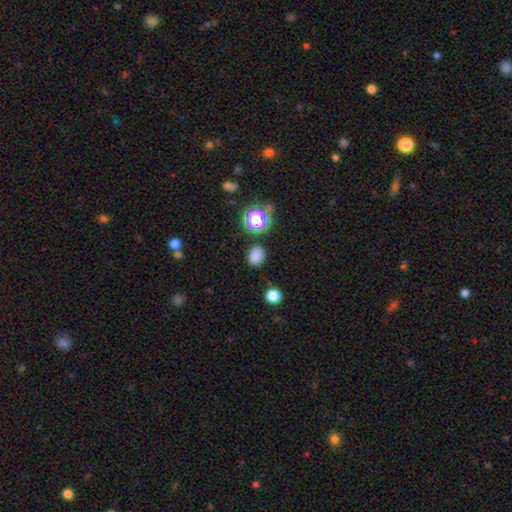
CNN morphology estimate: Smooth or featured? smooth (80%)
How rounded? in between (52%)
Merging? none (83%)